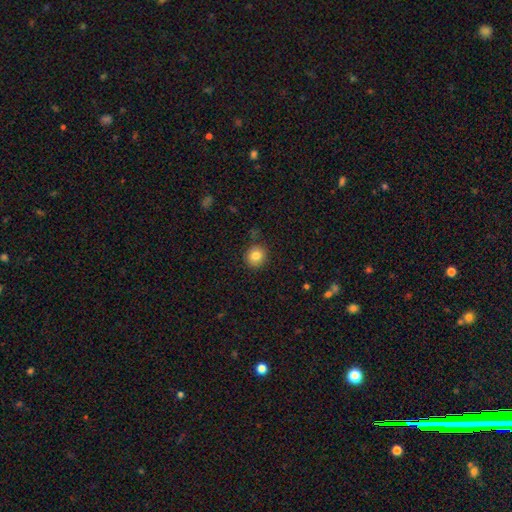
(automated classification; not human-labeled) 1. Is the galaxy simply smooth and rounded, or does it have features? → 83% smooth, 10% star or artifact, 7% featured or disk.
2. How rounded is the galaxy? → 87% round, 13% in between, 1% cigar-shaped.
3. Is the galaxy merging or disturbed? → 85% none, 10% minor disturbance, 3% major disturbance, 2% merger.